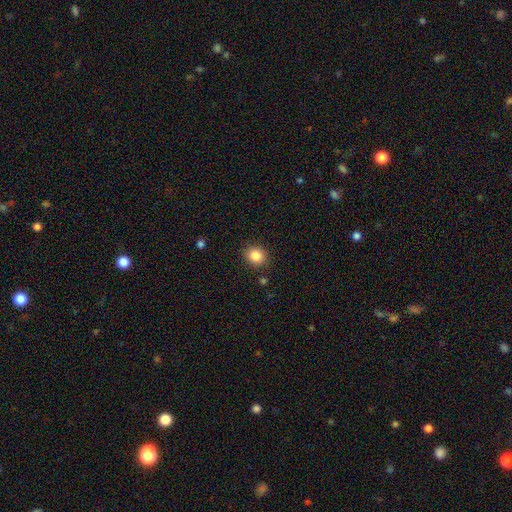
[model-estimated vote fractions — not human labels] Q: Smooth or featured?
A: smooth (85%); runner-up: star or artifact (10%)
Q: How rounded?
A: round (79%); runner-up: in between (20%)
Q: Merging?
A: none (88%); runner-up: minor disturbance (8%)